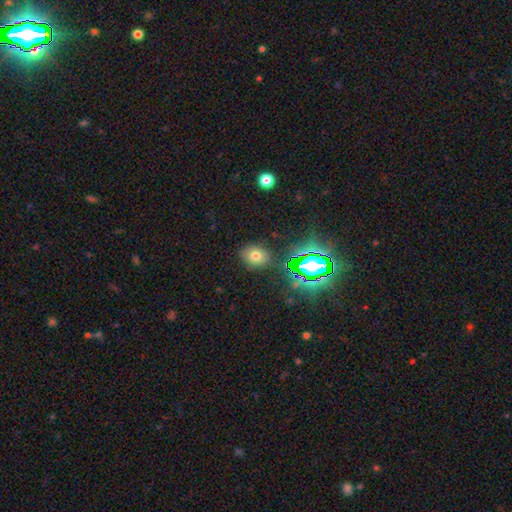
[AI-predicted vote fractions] Morphology: type=smooth (67%); roundness=in between (57%); merging=none (83%).